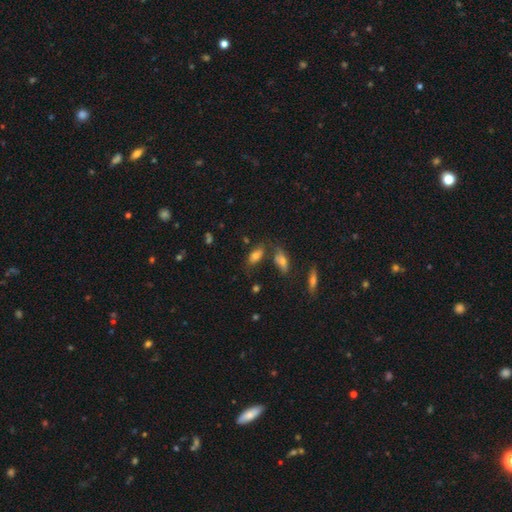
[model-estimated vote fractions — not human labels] Smooth or featured? Predicted: smooth (p=0.75). How rounded? Predicted: in between (p=0.87). Merging? Predicted: none (p=0.62).